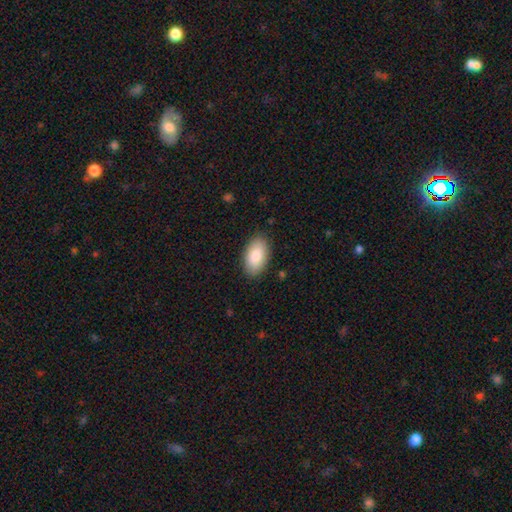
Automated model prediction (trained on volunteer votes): Smooth or featured?
  - smooth: 85% *
  - featured or disk: 9%
  - star or artifact: 6%
How rounded?
  - in between: 95% *
  - round: 4%
  - cigar-shaped: 2%
Merging?
  - none: 87% *
  - minor disturbance: 10%
  - major disturbance: 2%
  - merger: 1%